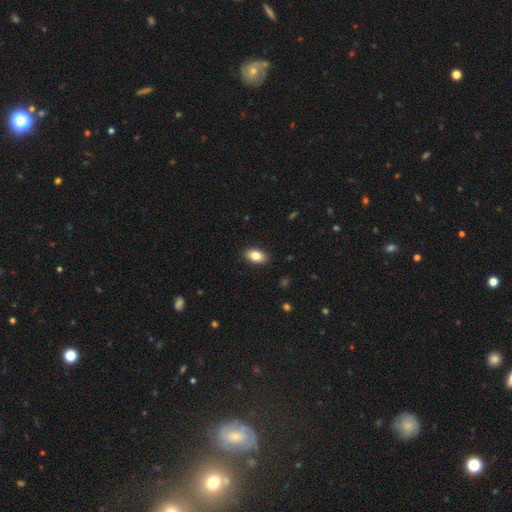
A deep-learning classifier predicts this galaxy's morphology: smooth 82%, featured or disk 10%, star or artifact 8%. Down the decision tree: how rounded — in between (91%); merging — none (89%).